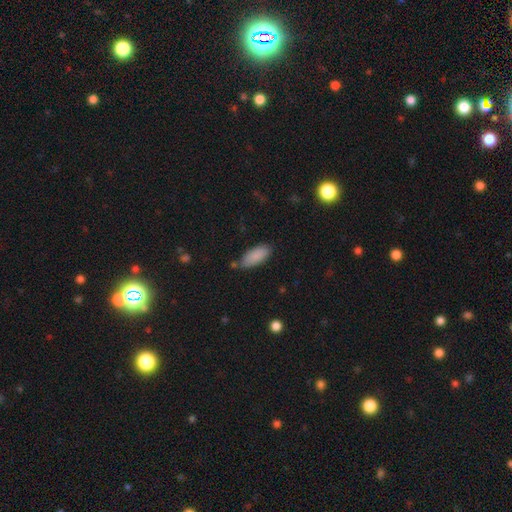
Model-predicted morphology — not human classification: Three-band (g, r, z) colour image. It shows a smooth galaxy with no disk features (88%) that is in between round and cigar-shaped (83%). Merging: none (72%).